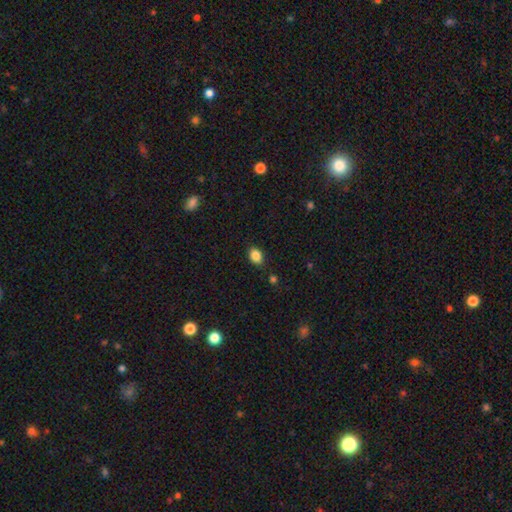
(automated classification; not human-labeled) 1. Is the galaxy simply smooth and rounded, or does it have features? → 86% smooth, 10% star or artifact, 4% featured or disk.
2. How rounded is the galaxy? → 72% in between, 27% round, 1% cigar-shaped.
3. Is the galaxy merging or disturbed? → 85% none, 11% minor disturbance, 3% major disturbance, 2% merger.